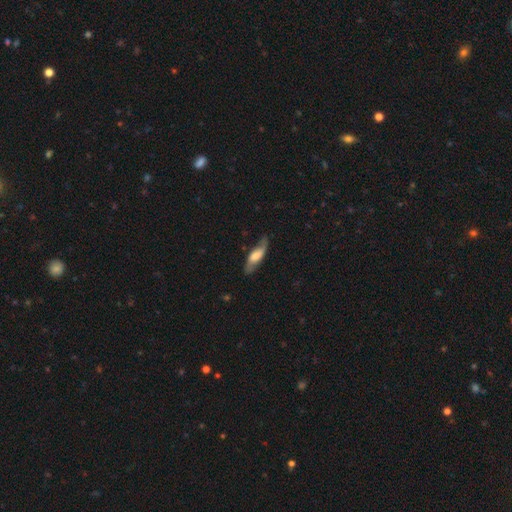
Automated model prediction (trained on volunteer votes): smooth_or_featured: featured or disk (p=0.51) [alt: smooth p=0.42]
disk_edge_on: no (p=0.64) [alt: yes p=0.36]
merging: none (p=0.72) [alt: minor disturbance p=0.20]